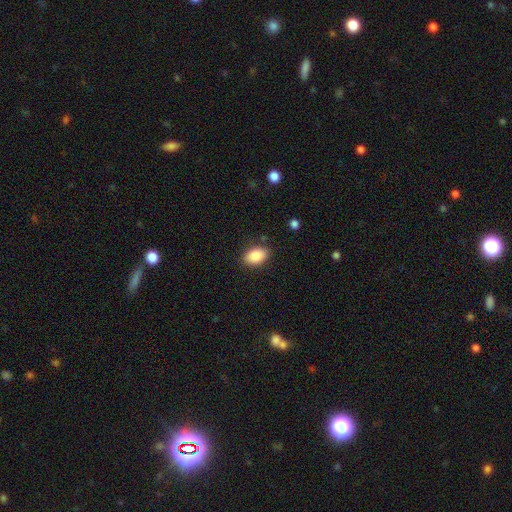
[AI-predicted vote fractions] smooth_or_featured: smooth (p=0.87) [alt: star or artifact p=0.07]
how_rounded: in between (p=0.87) [alt: round p=0.12]
merging: none (p=0.84) [alt: minor disturbance p=0.12]